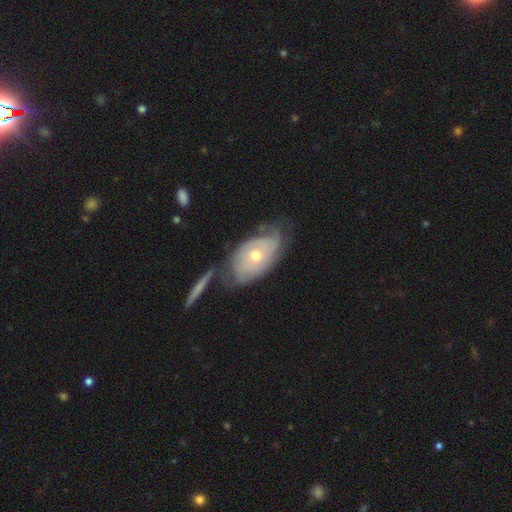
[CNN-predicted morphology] Q: Smooth or featured?
A: featured or disk (74%); runner-up: smooth (20%)
Q: Edge-on disk?
A: no (93%); runner-up: yes (7%)
Q: Bar?
A: no (81%); runner-up: weak (16%)
Q: Spiral arms?
A: yes (86%); runner-up: no (14%)
Q: Spiral winding?
A: tight (68%); runner-up: medium (23%)
Q: Spiral arm count?
A: can't tell (50%); runner-up: 2 (24%)
Q: Bulge size?
A: moderate (56%); runner-up: small (40%)
Q: Merging?
A: none (54%); runner-up: minor disturbance (24%)